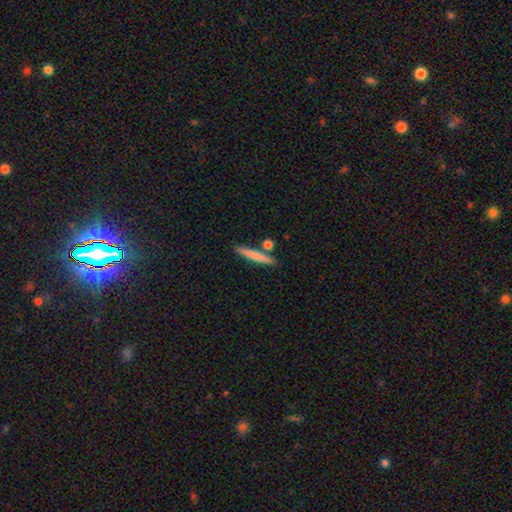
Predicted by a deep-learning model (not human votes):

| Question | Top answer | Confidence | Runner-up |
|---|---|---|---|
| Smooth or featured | smooth | 73% | featured or disk (21%) |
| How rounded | cigar-shaped | 91% | in between (6%) |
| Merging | none | 79% | minor disturbance (9%) |